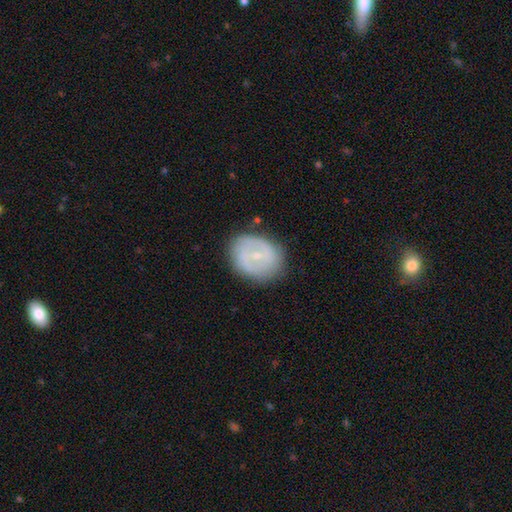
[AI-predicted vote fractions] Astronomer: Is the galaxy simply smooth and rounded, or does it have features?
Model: featured or disk — 59%.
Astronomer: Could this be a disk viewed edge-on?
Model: no — 96%.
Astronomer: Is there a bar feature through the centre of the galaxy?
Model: weak — 50% (runner-up: no, 31%).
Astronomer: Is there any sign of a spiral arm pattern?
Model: yes — 57% (runner-up: no, 43%).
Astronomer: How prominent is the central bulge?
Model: small — 73%.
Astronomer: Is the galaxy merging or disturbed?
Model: none — 79%.